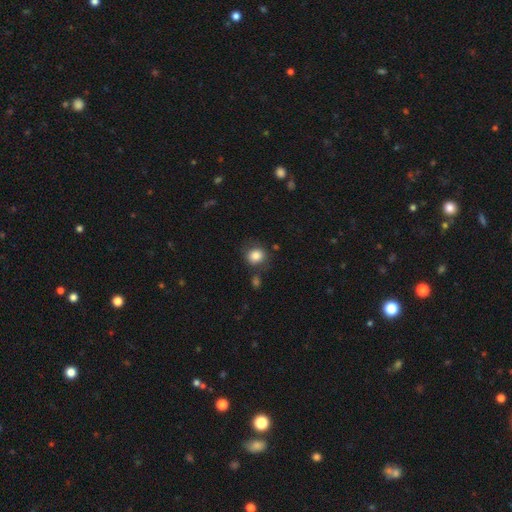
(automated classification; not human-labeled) Morphology: type=smooth (84%); roundness=round (76%); merging=none (74%).